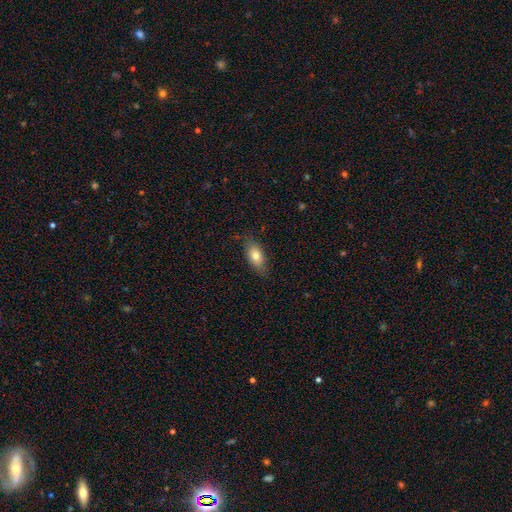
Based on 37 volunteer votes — smooth-or-featured: smooth: 76% | featured or disk: 19% | star or artifact: 5%
  how-rounded: in between: 82% | cigar-shaped: 14% | round: 4%
  merging: none: 80% | minor disturbance: 20% | major disturbance: 0% | merger: 0%